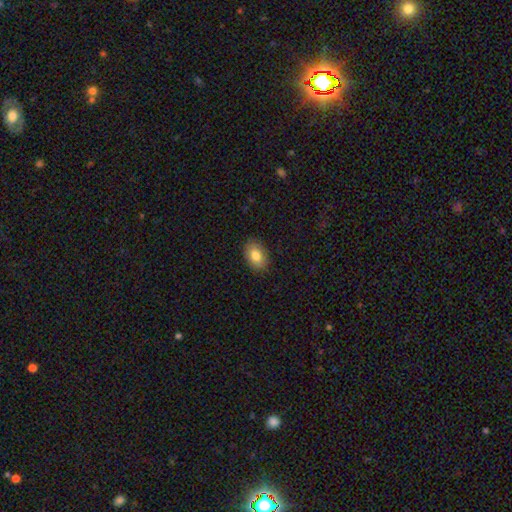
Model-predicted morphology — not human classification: A smooth galaxy with no disk features (82%) that is in between round and cigar-shaped (88%).

Vote fractions:
- Smooth or featured? smooth: 82% / featured or disk: 11% / star or artifact: 7%
- How rounded? in between: 88% / round: 10% / cigar-shaped: 1%
- Merging? none: 87% / minor disturbance: 10% / major disturbance: 2% / merger: 1%